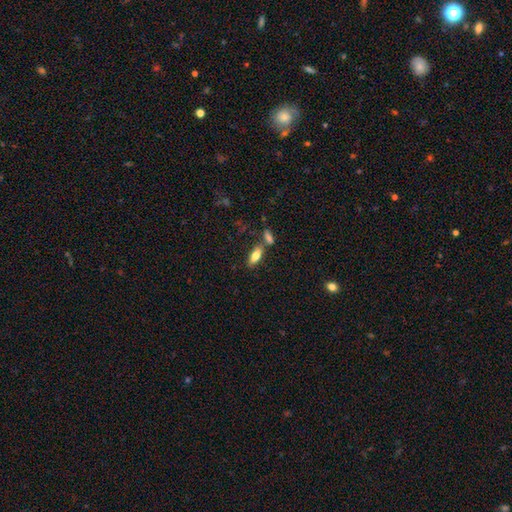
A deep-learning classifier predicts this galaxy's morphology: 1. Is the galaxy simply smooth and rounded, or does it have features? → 74% smooth, 18% featured or disk, 7% star or artifact.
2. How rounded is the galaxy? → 75% in between, 22% cigar-shaped, 3% round.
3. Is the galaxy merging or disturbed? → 65% none, 20% merger, 12% minor disturbance, 3% major disturbance.